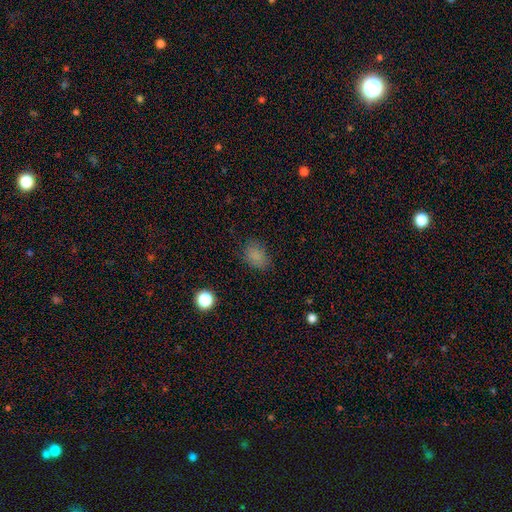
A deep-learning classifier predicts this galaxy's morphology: The model was most divided on "how rounded": in between: 72%, round: 27%, cigar-shaped: 1%. More confident: smooth or featured — smooth (81%); merging — none (78%).